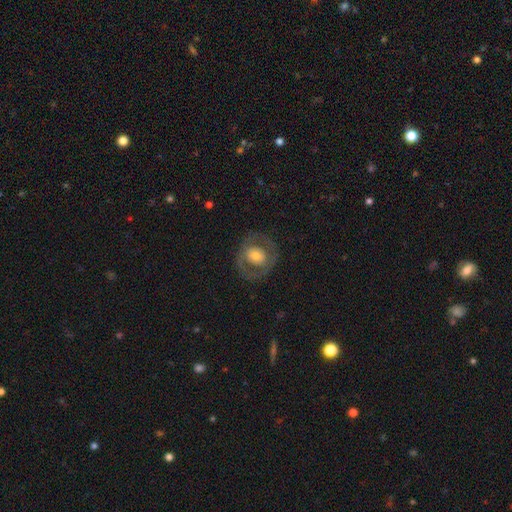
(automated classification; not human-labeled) This appears to be a featured or disk galaxy (52%). Merging: none (74%).